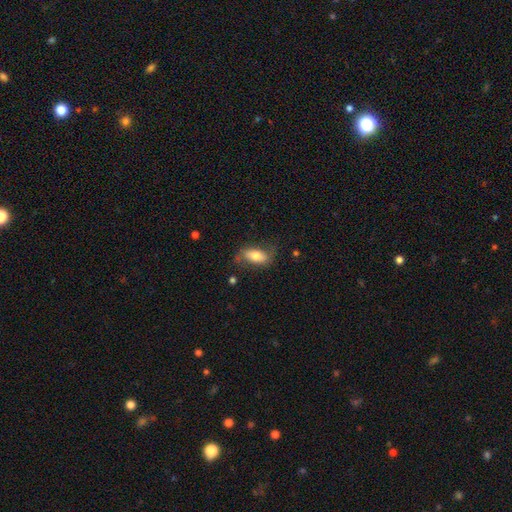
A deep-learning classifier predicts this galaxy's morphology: smooth-or-featured: smooth: 64% | featured or disk: 29% | star or artifact: 7%
  how-rounded: in between: 86% | cigar-shaped: 9% | round: 5%
  merging: none: 64% | minor disturbance: 23% | major disturbance: 11% | merger: 2%